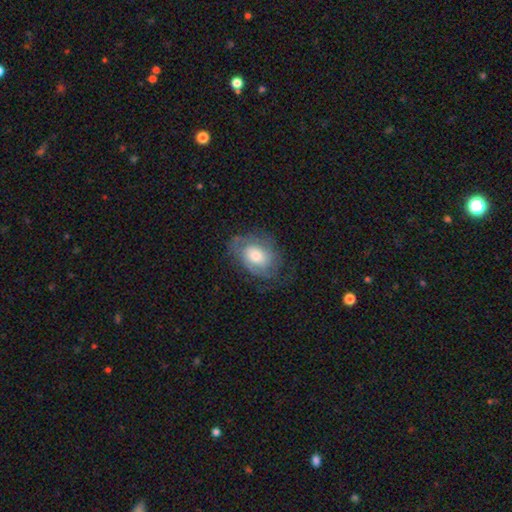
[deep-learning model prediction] Smooth or featured? Predicted: featured or disk (p=0.55). Edge-on disk? Predicted: no (p=0.96). Bar? Predicted: no (p=0.76). Spiral arms? Predicted: yes (p=0.79). Bulge size? Predicted: moderate (p=0.57). Merging? Predicted: none (p=0.61).